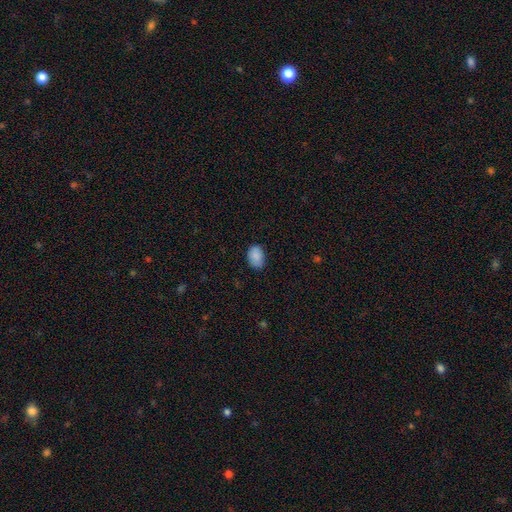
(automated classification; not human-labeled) A smooth galaxy with no disk features (89%) that is in between round and cigar-shaped (83%).

Vote fractions:
- Smooth or featured? smooth: 89% / star or artifact: 7% / featured or disk: 4%
- How rounded? in between: 83% / round: 16% / cigar-shaped: 1%
- Merging? none: 78% / minor disturbance: 18% / major disturbance: 3% / merger: 1%